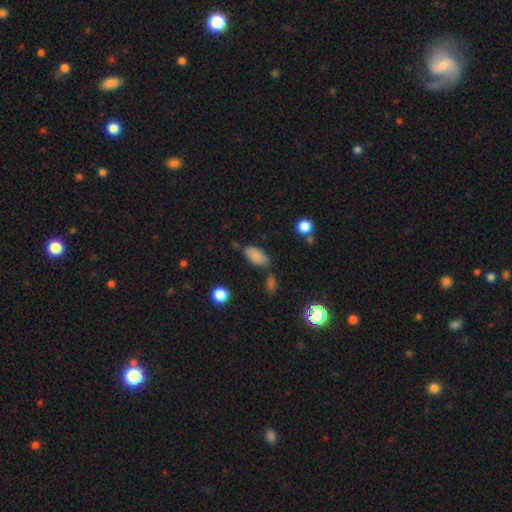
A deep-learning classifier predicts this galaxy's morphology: Overall: smooth (85%). How rounded: in between (92%). Merging: none (61%; minor disturbance 22%).